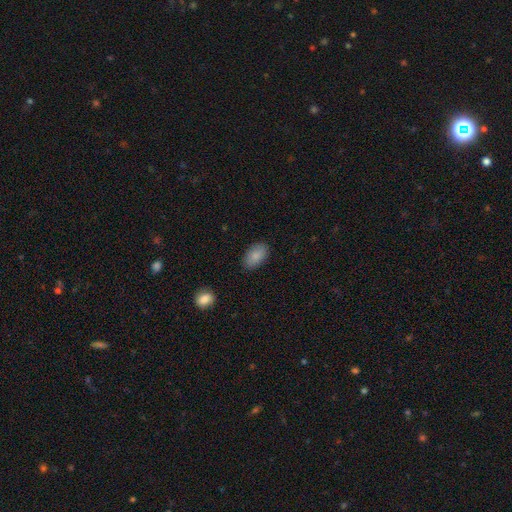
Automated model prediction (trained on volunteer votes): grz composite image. It shows a smooth galaxy with no disk features (87%) that is in between round and cigar-shaped (93%). Merging: none (86%).